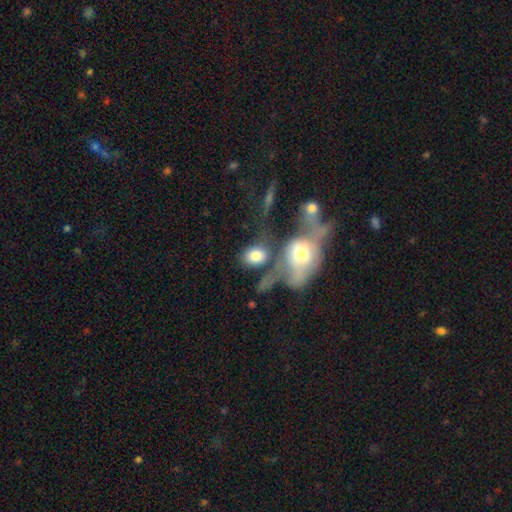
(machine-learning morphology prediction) A smooth galaxy with no disk features (73%) that is in between round and cigar-shaped (57%). Merging: merger (39%).